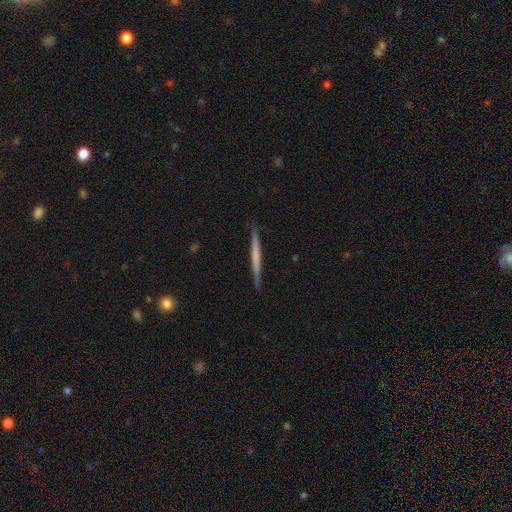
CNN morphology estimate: Overall: featured or disk (49%; smooth 46%). Merging: none (90%).